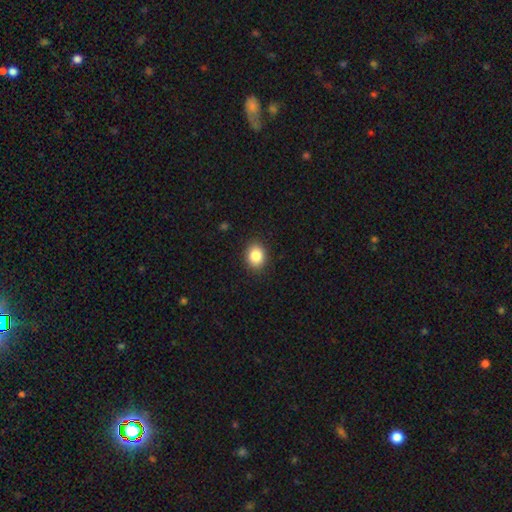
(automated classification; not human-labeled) A smooth galaxy with no disk features (85%) that is in between round and cigar-shaped (50%). Merging: none (89%).